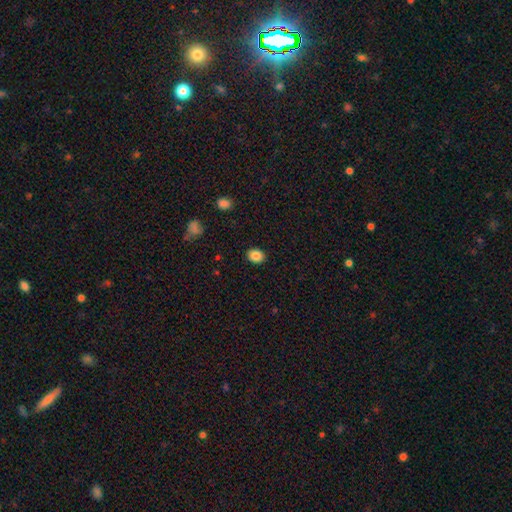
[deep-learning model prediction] Smooth or featured?
  - smooth: 86% *
  - star or artifact: 9%
  - featured or disk: 5%
How rounded?
  - round: 51% *
  - in between: 48%
  - cigar-shaped: 1%
Merging?
  - none: 90% *
  - minor disturbance: 7%
  - major disturbance: 2%
  - merger: 1%